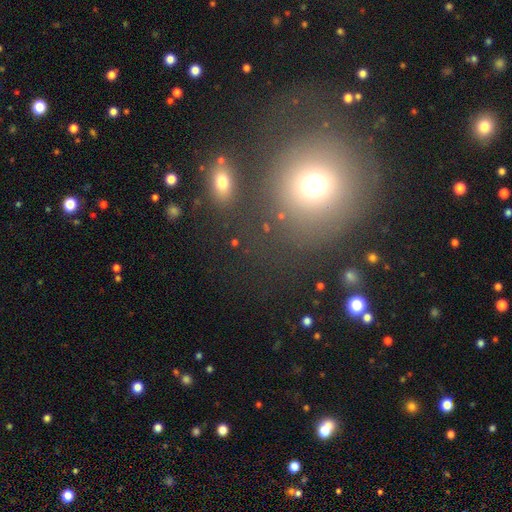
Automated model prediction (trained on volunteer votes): This is possibly a smooth galaxy (58%). How rounded: clearly round (86%). Merging: likely none (72%).